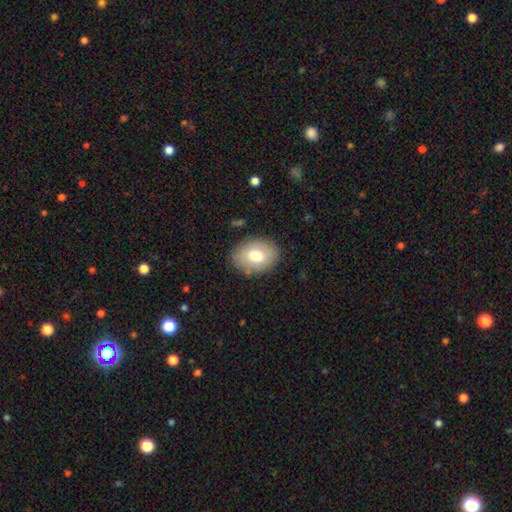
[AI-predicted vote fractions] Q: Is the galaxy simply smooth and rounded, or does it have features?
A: smooth — 77%.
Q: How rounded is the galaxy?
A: in between — 73%.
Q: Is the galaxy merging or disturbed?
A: none — 84%.